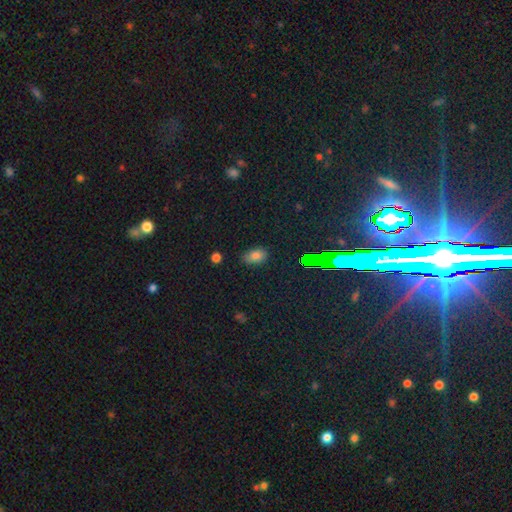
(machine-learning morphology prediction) Smooth or featured: smooth — 77% (star or artifact — 16%)
How rounded: in between — 89% (round — 10%)
Merging: none — 82% (minor disturbance — 13%)